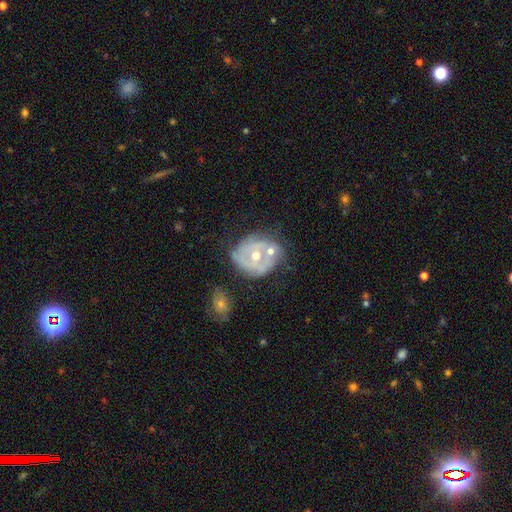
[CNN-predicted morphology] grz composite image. It shows a featured or disk galaxy (71%) with no bar (74%), spiral arms (54%) and a moderate central bulge (65%). Merging: none (45%).